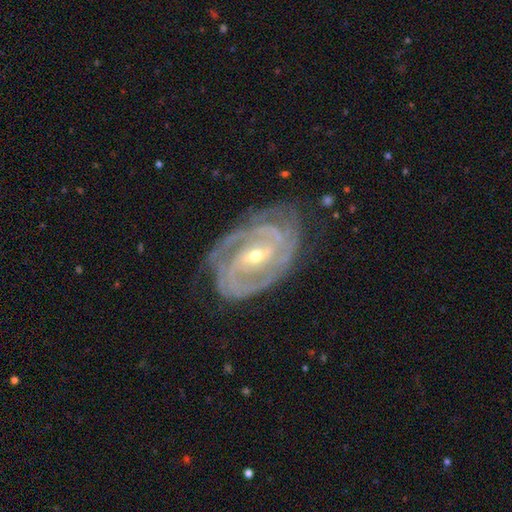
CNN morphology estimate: Smooth or featured?
  - featured or disk: 90% *
  - star or artifact: 5%
  - smooth: 4%
Edge-on disk?
  - no: 96% *
  - yes: 4%
Bar?
  - weak: 40% *
  - strong: 35%
  - no: 25%
Spiral arms?
  - yes: 97% *
  - no: 3%
Spiral winding?
  - tight: 69% *
  - medium: 26%
  - loose: 5%
Spiral arm count?
  - 2: 38% *
  - 3: 25%
  - can't tell: 17%
  - 4: 10%
  - more than 4: 5%
  - 1: 5%
Bulge size?
  - small: 60% *
  - moderate: 37%
  - large: 1%
  - none: 1%
  - dominant: 1%
Merging?
  - none: 73% *
  - minor disturbance: 19%
  - major disturbance: 7%
  - merger: 1%